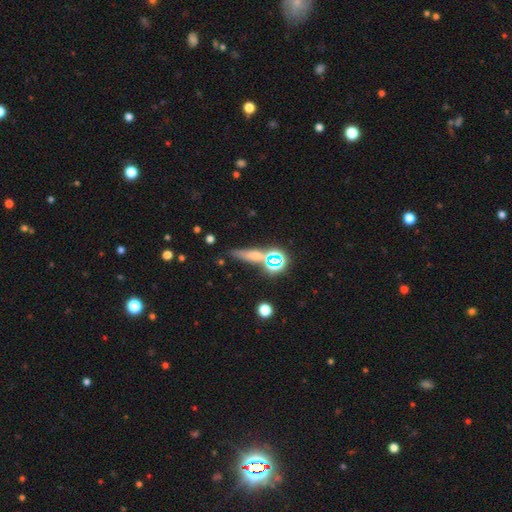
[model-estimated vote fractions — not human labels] A smooth galaxy with no disk features (49%). Merging: none (67%).